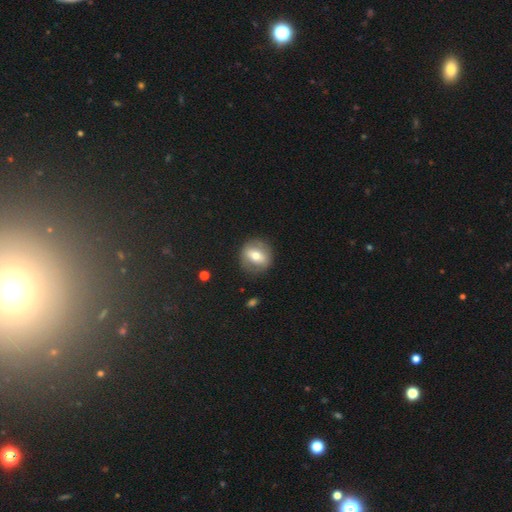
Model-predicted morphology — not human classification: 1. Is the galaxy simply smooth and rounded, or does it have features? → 50% smooth, 42% featured or disk, 8% star or artifact.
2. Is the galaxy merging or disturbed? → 84% none, 11% minor disturbance, 4% major disturbance, 1% merger.